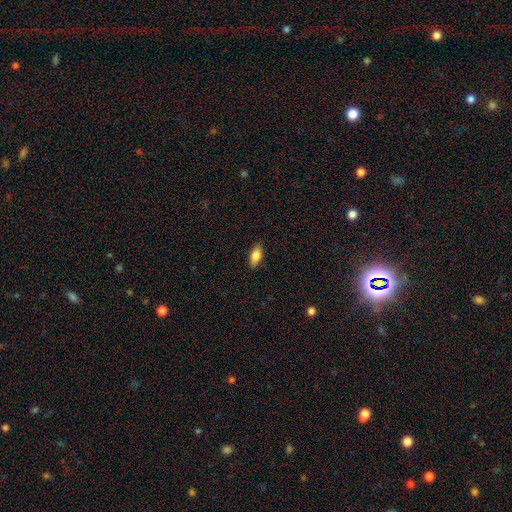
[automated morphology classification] A smooth galaxy with no disk features (83%) that is in between round and cigar-shaped (85%).

Vote fractions:
- Smooth or featured? smooth: 83% / featured or disk: 10% / star or artifact: 7%
- How rounded? in between: 85% / cigar-shaped: 12% / round: 3%
- Merging? none: 88% / minor disturbance: 9% / major disturbance: 2% / merger: 1%